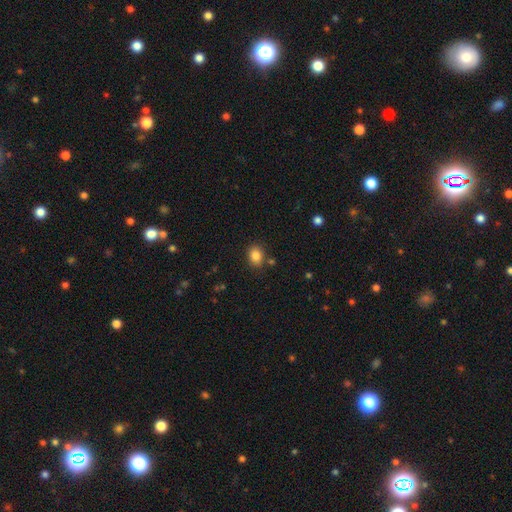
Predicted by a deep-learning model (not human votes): Overall: smooth (84%). How rounded: in between (62%; round 37%). Merging: none (80%).